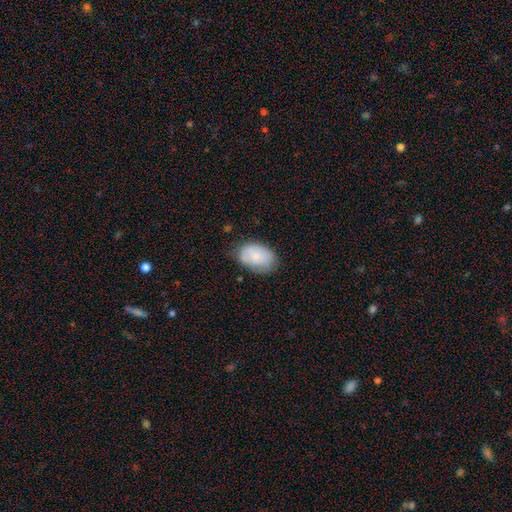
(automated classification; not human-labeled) This is likely a smooth galaxy (75%). How rounded: clearly in between (88%). Merging: likely none (64%).